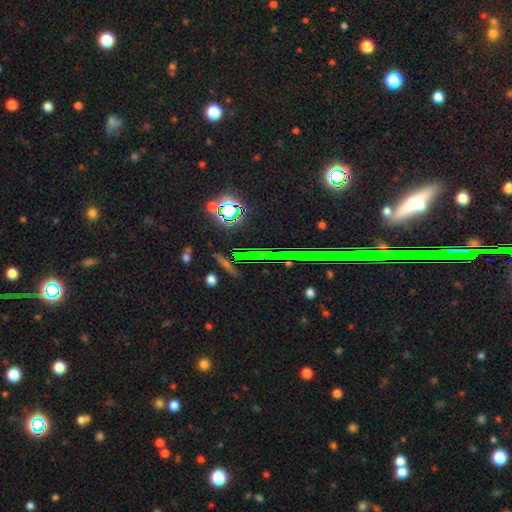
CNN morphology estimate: Smooth or featured? star or artifact (75%)